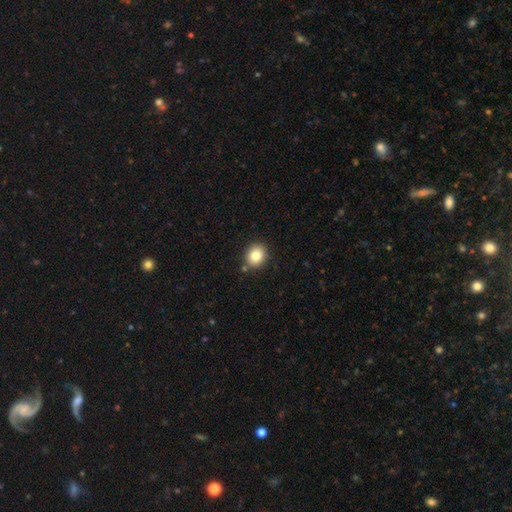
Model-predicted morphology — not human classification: The model was most divided on "how rounded": round: 79%, in between: 21%, cigar-shaped: 1%. More confident: merging — none (85%); smooth or featured — smooth (81%).